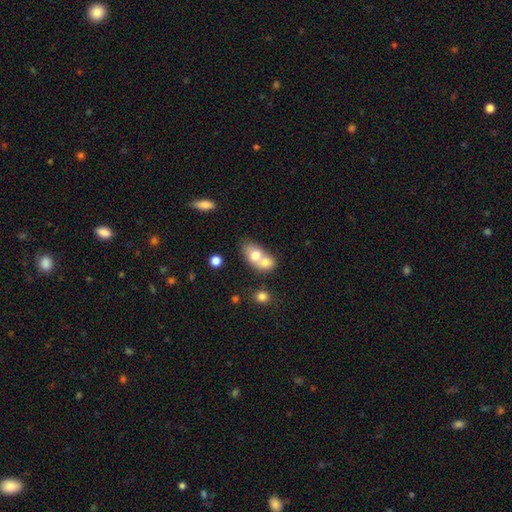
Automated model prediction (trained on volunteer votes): A smooth galaxy with no disk features (69%) that is in between round and cigar-shaped (69%).

Vote fractions:
- Smooth or featured? smooth: 69% / featured or disk: 22% / star or artifact: 8%
- How rounded? in between: 69% / round: 29% / cigar-shaped: 2%
- Merging? merger: 71% / none: 19% / minor disturbance: 6% / major disturbance: 4%